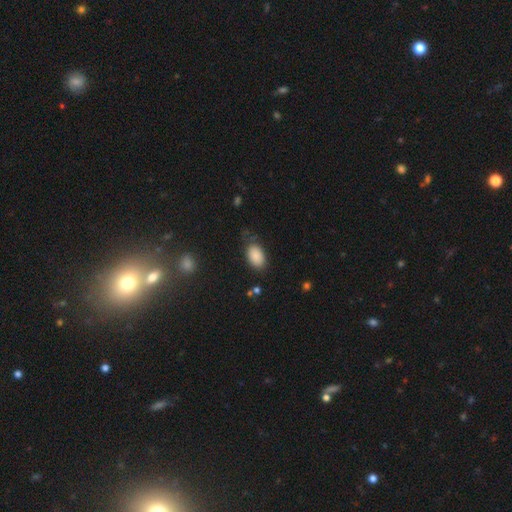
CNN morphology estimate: smooth_or_featured: smooth (p=0.88) [alt: star or artifact p=0.07]
how_rounded: in between (p=0.91) [alt: round p=0.08]
merging: none (p=0.73) [alt: minor disturbance p=0.19]